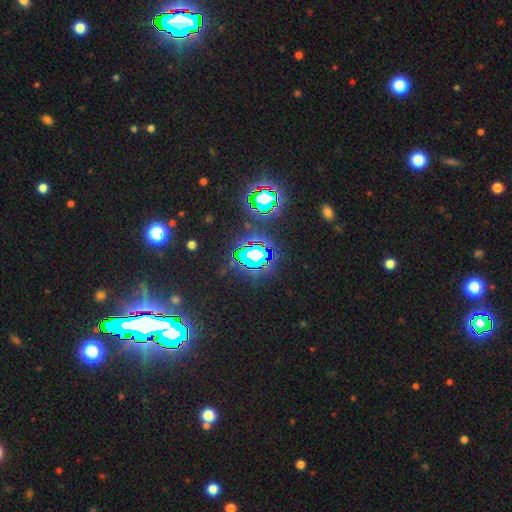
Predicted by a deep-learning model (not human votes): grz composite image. It shows a star or artifact, not a galaxy (76%).